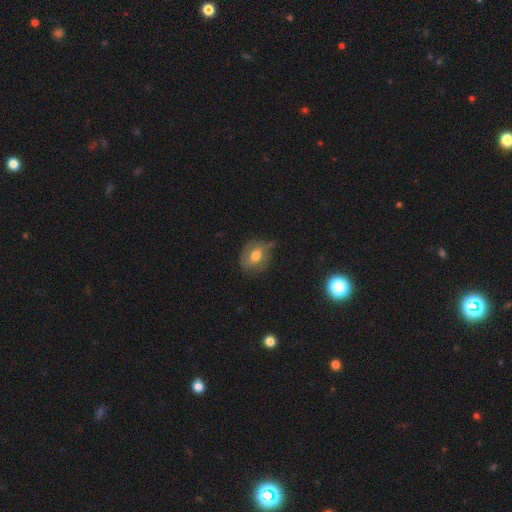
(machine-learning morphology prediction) This appears to be a smooth galaxy with no disk features (69%) that is round (56%). Merging: none (61%).